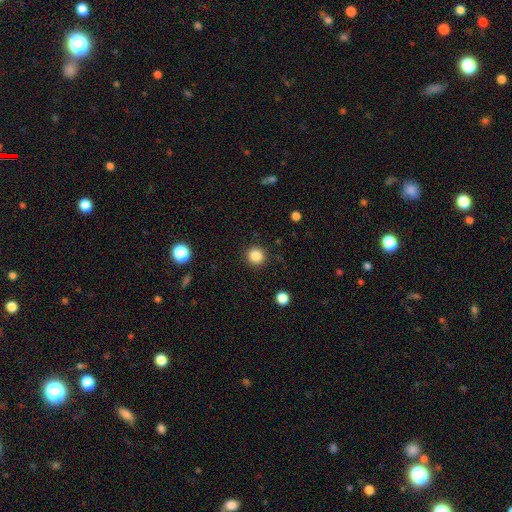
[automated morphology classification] type=smooth (85%); roundness=round (93%); merging=none (90%).